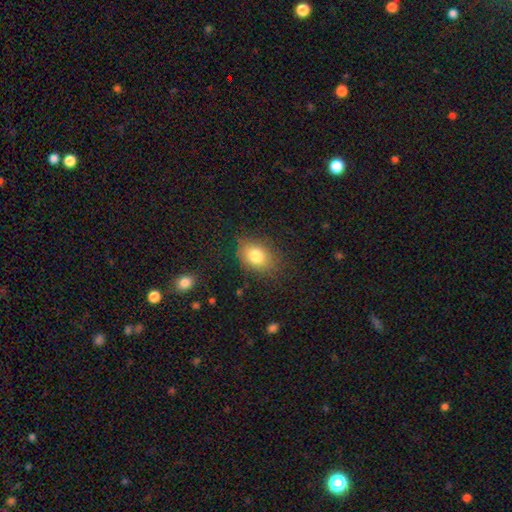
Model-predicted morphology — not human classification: Smooth or featured? smooth (80%)
How rounded? in between (75%)
Merging? none (78%)